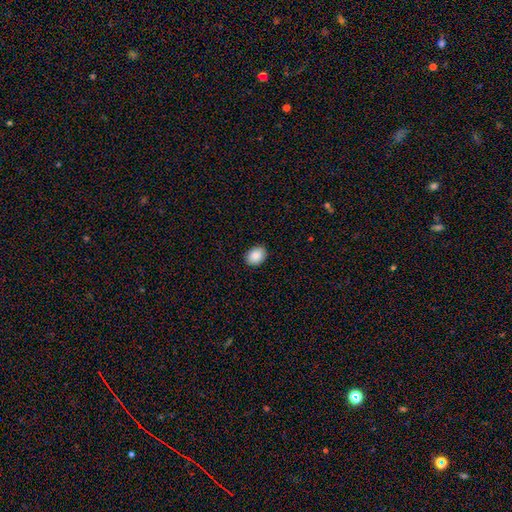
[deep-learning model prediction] smooth-or-featured: smooth: 89% | star or artifact: 7% | featured or disk: 4%
  how-rounded: in between: 68% | round: 31% | cigar-shaped: 1%
  merging: none: 89% | minor disturbance: 8% | major disturbance: 2% | merger: 1%